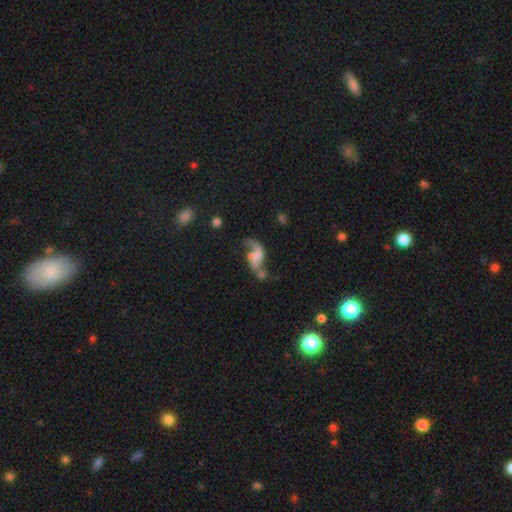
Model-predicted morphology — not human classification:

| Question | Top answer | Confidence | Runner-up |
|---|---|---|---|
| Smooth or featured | featured or disk | 77% | smooth (14%) |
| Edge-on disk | no | 96% | yes (4%) |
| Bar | no | 48% | weak (37%) |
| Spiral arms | yes | 86% | no (14%) |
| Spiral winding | loose | 86% | medium (11%) |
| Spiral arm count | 2 | 84% | 1 (11%) |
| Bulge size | none | 37% | small (30%) |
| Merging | none | 36% | major disturbance (24%) |